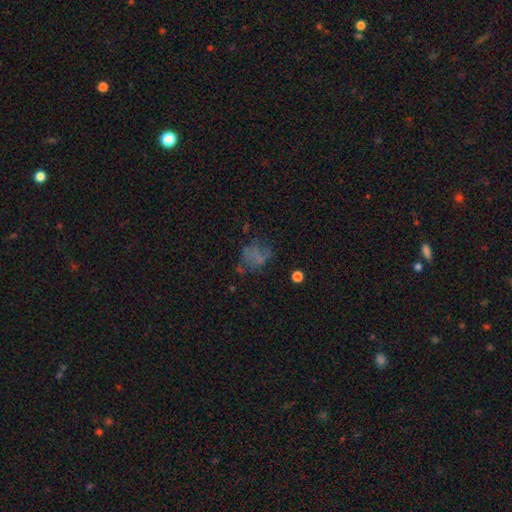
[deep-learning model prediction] smooth_or_featured: smooth (p=0.47) [alt: featured or disk p=0.32]
merging: none (p=0.44) [alt: major disturbance p=0.28]